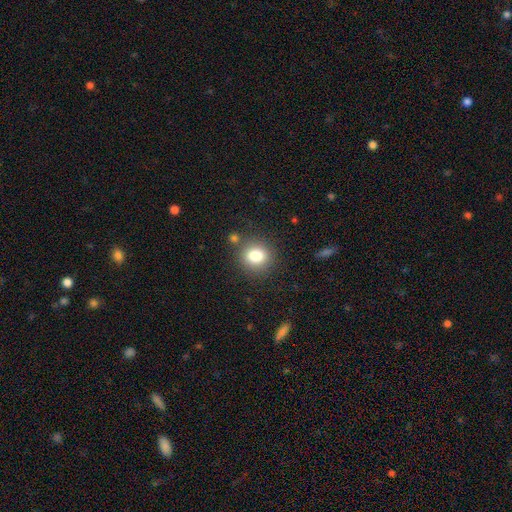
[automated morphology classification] type=smooth (81%); roundness=round (83%); merging=none (82%).